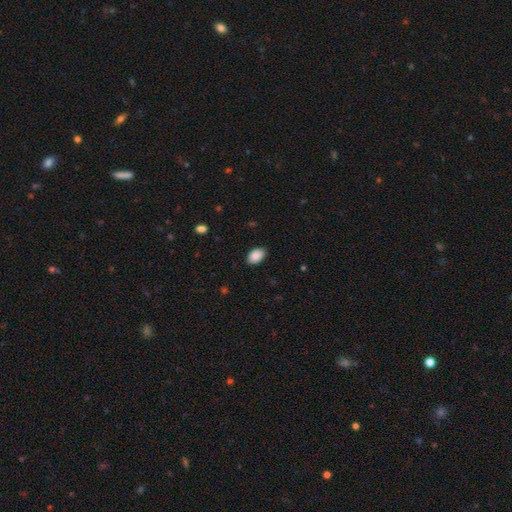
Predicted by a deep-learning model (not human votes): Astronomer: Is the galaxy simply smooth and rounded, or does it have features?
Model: smooth — 90%.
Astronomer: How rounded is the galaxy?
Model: in between — 90%.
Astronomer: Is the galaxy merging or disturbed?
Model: none — 88%.